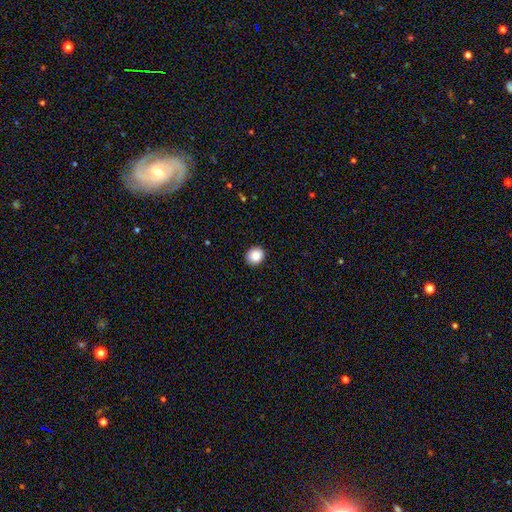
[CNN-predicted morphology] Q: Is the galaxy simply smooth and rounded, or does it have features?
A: smooth — 86%.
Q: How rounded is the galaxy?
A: round — 80%.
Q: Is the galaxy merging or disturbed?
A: none — 91%.